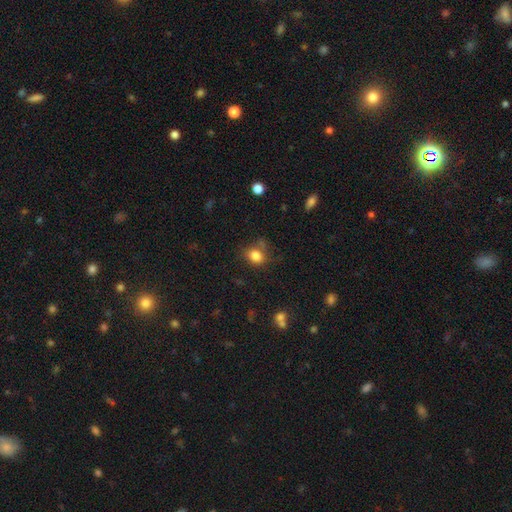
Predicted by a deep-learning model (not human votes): This is clearly a smooth galaxy (83%). How rounded: possibly round (54%). Merging: likely none (65%).